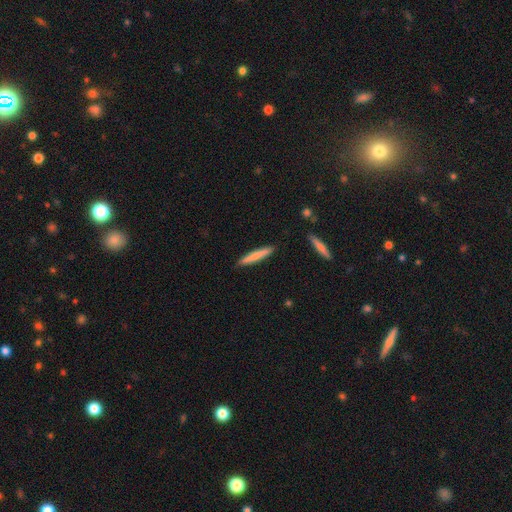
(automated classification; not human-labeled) Smooth or featured: smooth — 74% (featured or disk — 20%)
How rounded: cigar-shaped — 94% (in between — 4%)
Merging: none — 90% (minor disturbance — 7%)